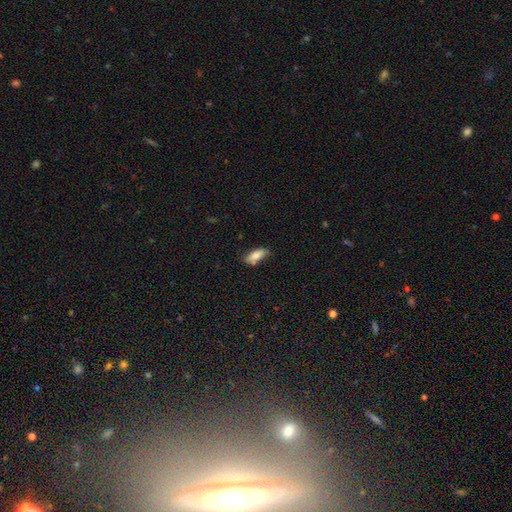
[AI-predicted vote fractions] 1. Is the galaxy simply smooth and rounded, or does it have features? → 79% smooth, 14% featured or disk, 7% star or artifact.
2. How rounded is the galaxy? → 77% in between, 21% cigar-shaped, 2% round.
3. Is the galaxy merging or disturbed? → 73% none, 19% minor disturbance, 4% merger, 4% major disturbance.